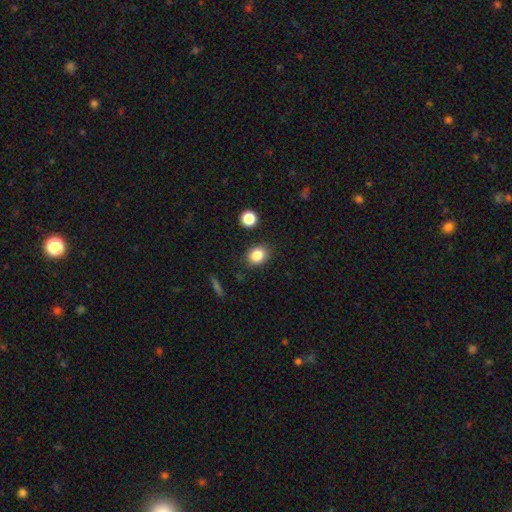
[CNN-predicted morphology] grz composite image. It shows a smooth galaxy with no disk features (85%) that is round (51%). Merging: none (85%).